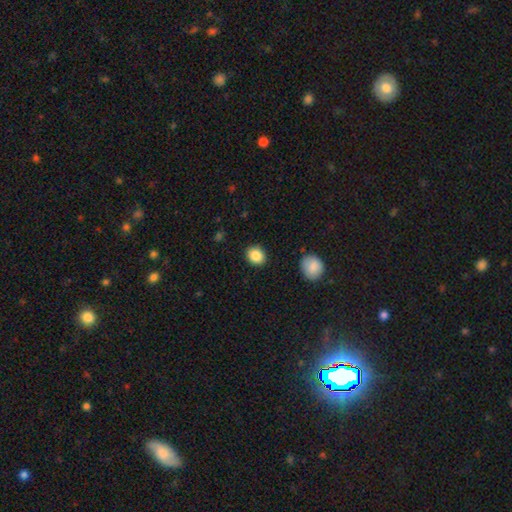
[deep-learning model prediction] This appears to be a smooth galaxy with no disk features (87%) that is round (68%). Merging: none (89%).